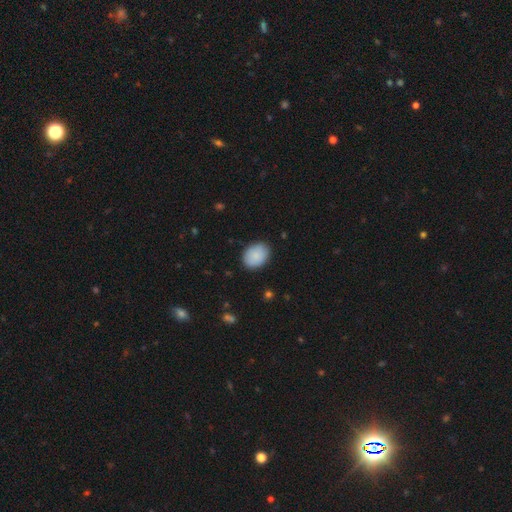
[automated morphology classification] smooth-or-featured: smooth: 89% | star or artifact: 7% | featured or disk: 4%
  how-rounded: in between: 65% | round: 35% | cigar-shaped: 1%
  merging: none: 87% | minor disturbance: 10% | major disturbance: 2% | merger: 1%